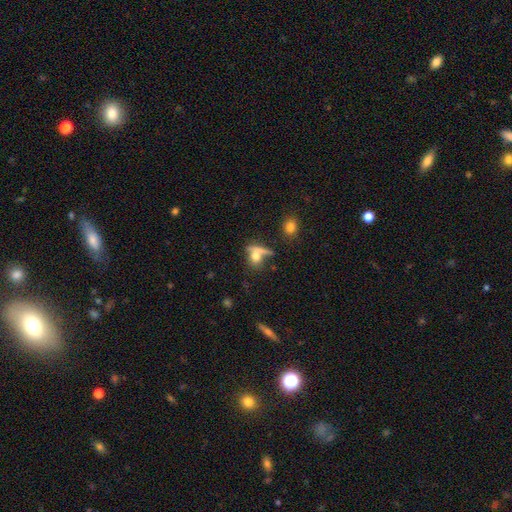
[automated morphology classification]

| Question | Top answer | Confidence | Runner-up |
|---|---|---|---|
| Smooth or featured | smooth | 68% | featured or disk (19%) |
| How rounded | round | 44% | tied: in between (44%) |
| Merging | none | 40% | merger (34%) |